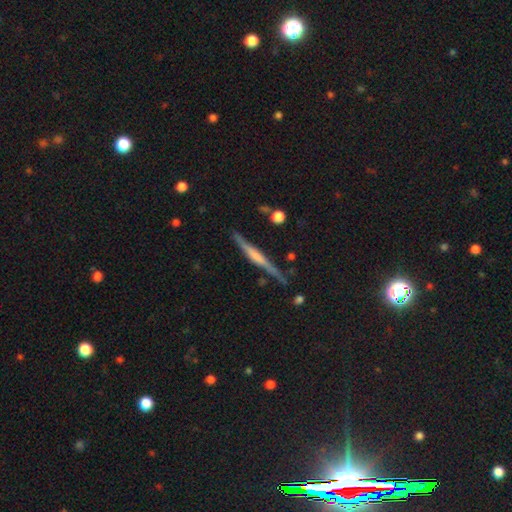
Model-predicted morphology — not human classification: Q: Smooth or featured?
A: featured or disk (72%); runner-up: smooth (17%)
Q: Edge-on disk?
A: yes (96%); runner-up: no (4%)
Q: Edge-on bulge?
A: rounded (64%); runner-up: none (23%)
Q: Merging?
A: none (85%); runner-up: minor disturbance (10%)